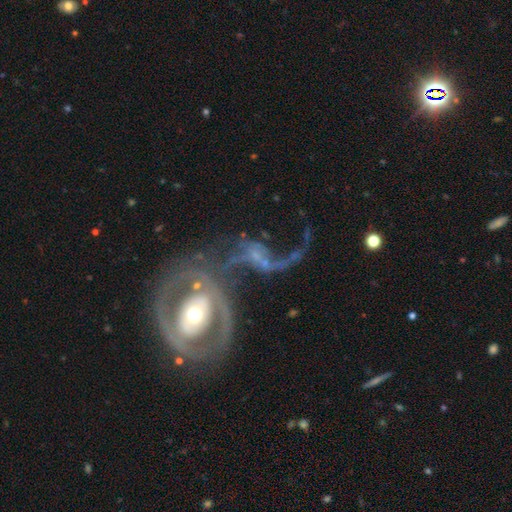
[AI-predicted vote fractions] Q: Smooth or featured?
A: featured or disk (80%); runner-up: smooth (11%)
Q: Edge-on disk?
A: no (96%); runner-up: yes (4%)
Q: Bar?
A: no (57%); runner-up: weak (27%)
Q: Spiral arms?
A: yes (77%); runner-up: no (23%)
Q: Spiral winding?
A: loose (63%); runner-up: medium (24%)
Q: Spiral arm count?
A: 2 (64%); runner-up: 1 (15%)
Q: Bulge size?
A: small (44%); runner-up: moderate (37%)
Q: Merging?
A: merger (34%); runner-up: major disturbance (31%)